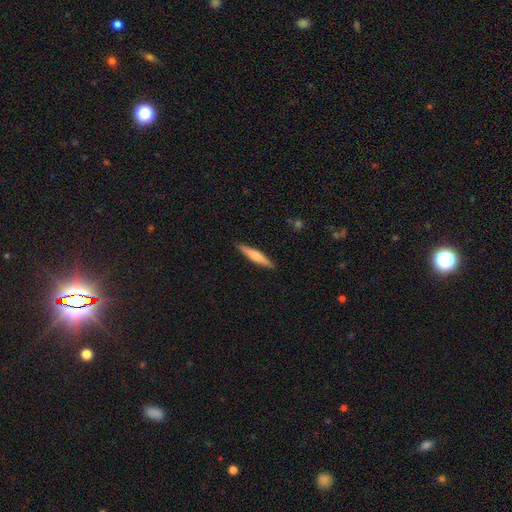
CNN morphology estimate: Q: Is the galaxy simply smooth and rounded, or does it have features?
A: smooth — 49%.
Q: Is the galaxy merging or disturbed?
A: none — 91%.